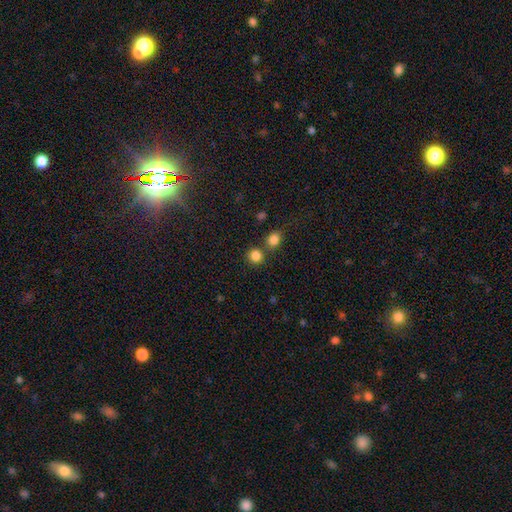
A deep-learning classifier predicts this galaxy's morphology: Smooth or featured: smooth — 84% (star or artifact — 12%)
How rounded: round — 87% (in between — 12%)
Merging: none — 71% (merger — 19%)